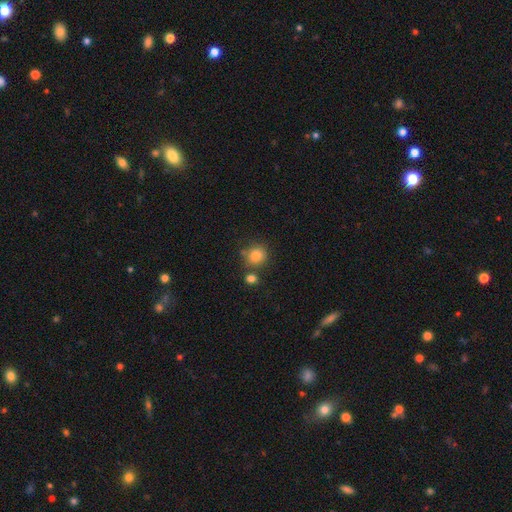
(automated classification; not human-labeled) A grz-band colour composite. It shows a smooth galaxy with no disk features (83%) that is round (84%). Merging: none (69%).